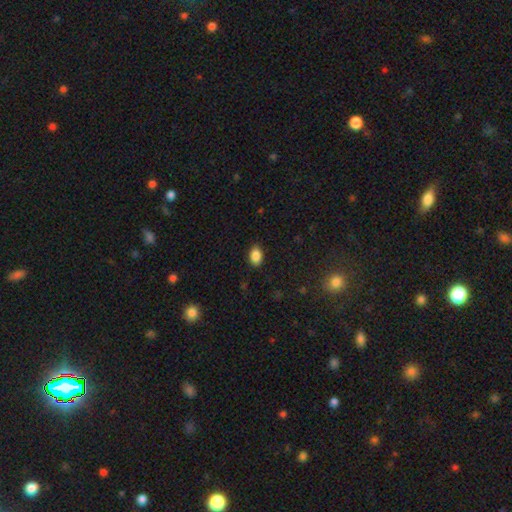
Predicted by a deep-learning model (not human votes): A smooth galaxy with no disk features (87%) that is in between round and cigar-shaped (86%).

Vote fractions:
- Smooth or featured? smooth: 87% / star or artifact: 9% / featured or disk: 4%
- How rounded? in between: 86% / round: 13% / cigar-shaped: 1%
- Merging? none: 88% / minor disturbance: 9% / major disturbance: 2% / merger: 1%